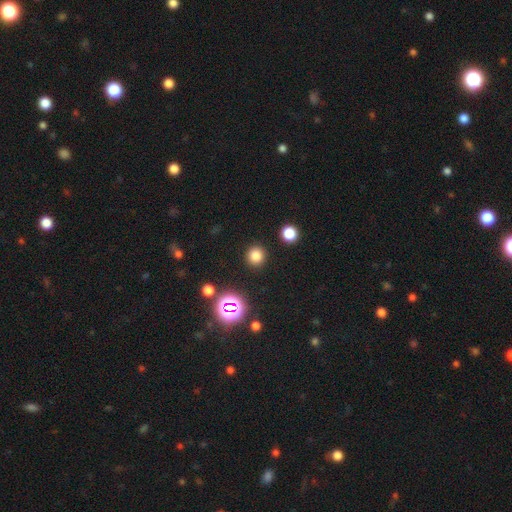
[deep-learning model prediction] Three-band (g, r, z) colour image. It shows a smooth galaxy with no disk features (77%) that is round (93%). Merging: none (90%).